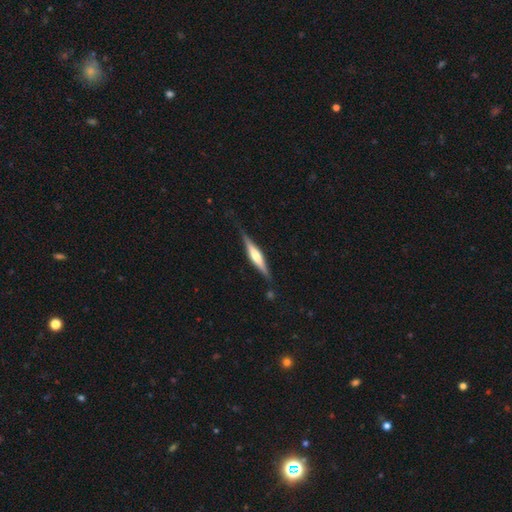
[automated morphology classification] A featured or disk galaxy (67%) viewed edge-on (97%) with a rounded central bulge (70%). Merging: none (83%).